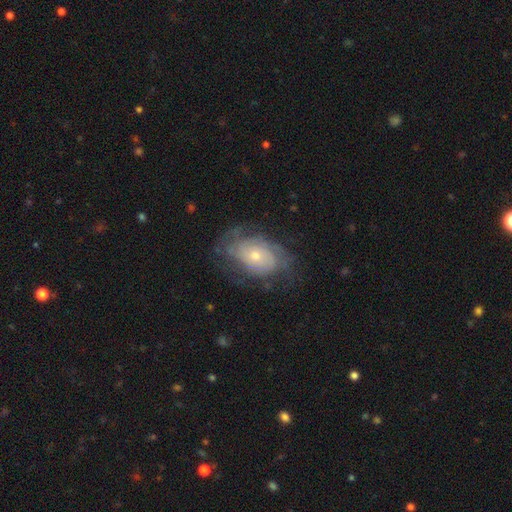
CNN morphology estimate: The model was most divided on "bulge size": small: 53%, moderate: 41%, large: 3%, none: 1%, dominant: 1%. More confident: edge-on disk — no (95%); bar — no (82%); spiral arms — yes (77%); smooth or featured — featured or disk (66%); merging — none (62%).